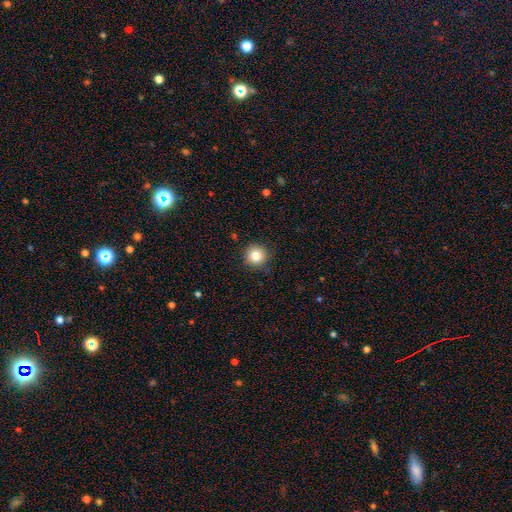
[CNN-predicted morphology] A smooth galaxy with no disk features (83%) that is round (94%). Merging: none (90%).